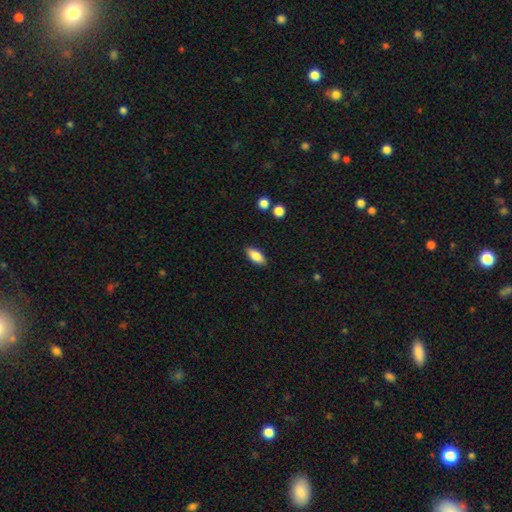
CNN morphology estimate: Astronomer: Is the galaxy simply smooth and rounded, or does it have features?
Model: smooth — 84%.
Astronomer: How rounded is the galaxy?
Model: in between — 86%.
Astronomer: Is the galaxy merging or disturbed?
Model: none — 87%.